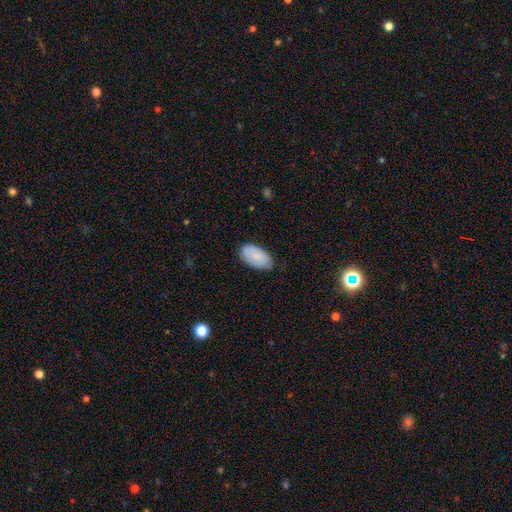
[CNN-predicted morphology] Smooth or featured? Predicted: smooth (p=0.79). How rounded? Predicted: in between (p=0.95). Merging? Predicted: none (p=0.75).